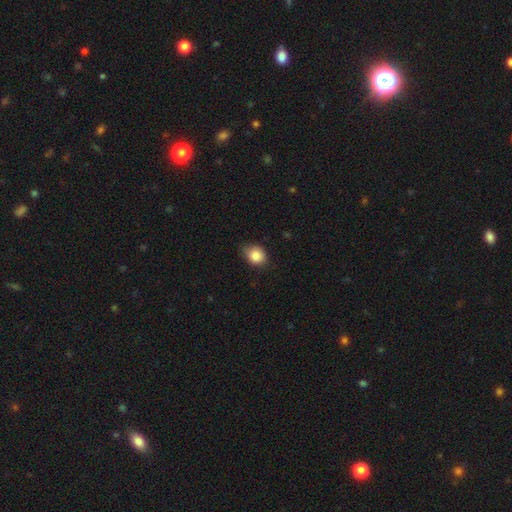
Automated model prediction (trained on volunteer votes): smooth_or_featured: smooth (p=0.85) [alt: star or artifact p=0.09]
how_rounded: round (p=0.57) [alt: in between p=0.42]
merging: none (p=0.68) [alt: minor disturbance p=0.27]